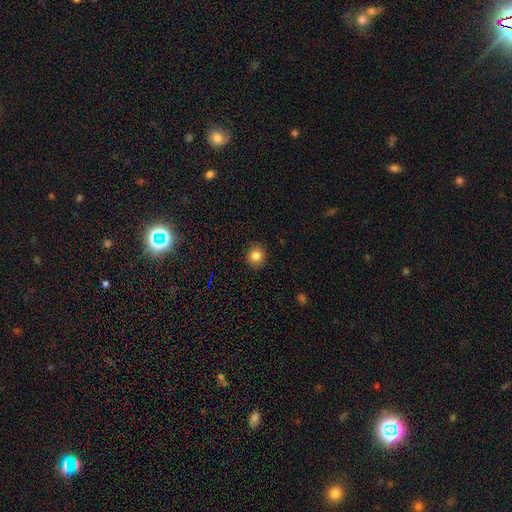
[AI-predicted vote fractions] The model was most divided on "how rounded": round: 82%, in between: 17%, cigar-shaped: 1%. More confident: merging — none (90%); smooth or featured — smooth (83%).